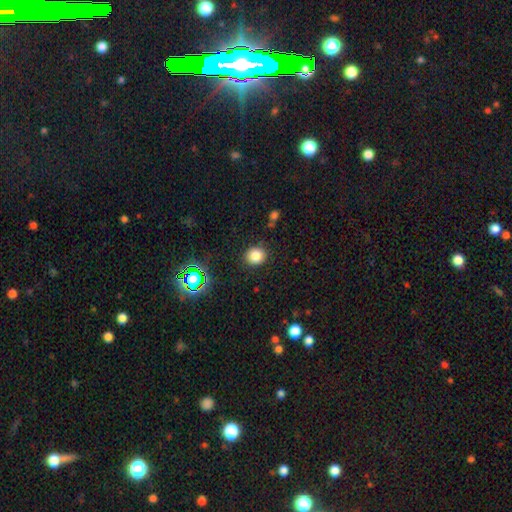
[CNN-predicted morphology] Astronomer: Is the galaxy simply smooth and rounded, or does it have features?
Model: smooth — 81%.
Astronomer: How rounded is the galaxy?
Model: round — 81%.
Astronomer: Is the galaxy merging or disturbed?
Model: none — 88%.